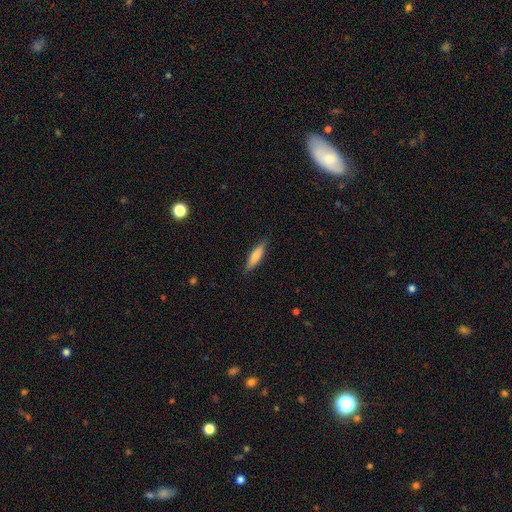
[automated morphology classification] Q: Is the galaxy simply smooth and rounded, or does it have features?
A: smooth — 80%.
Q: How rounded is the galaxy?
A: cigar-shaped — 71%.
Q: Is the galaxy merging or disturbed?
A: none — 86%.